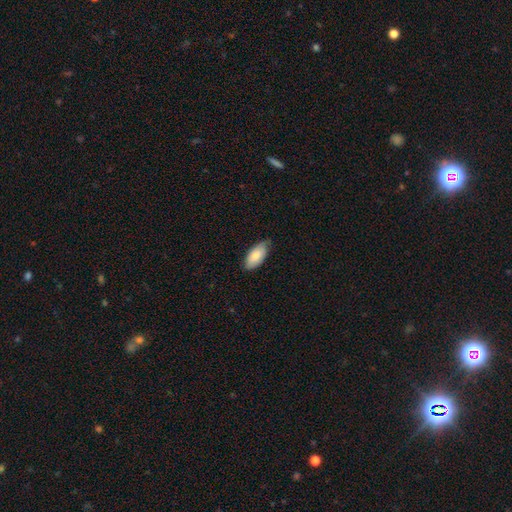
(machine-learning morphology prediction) Q: Smooth or featured?
A: smooth (80%); runner-up: featured or disk (15%)
Q: How rounded?
A: in between (93%); runner-up: cigar-shaped (5%)
Q: Merging?
A: none (72%); runner-up: minor disturbance (24%)